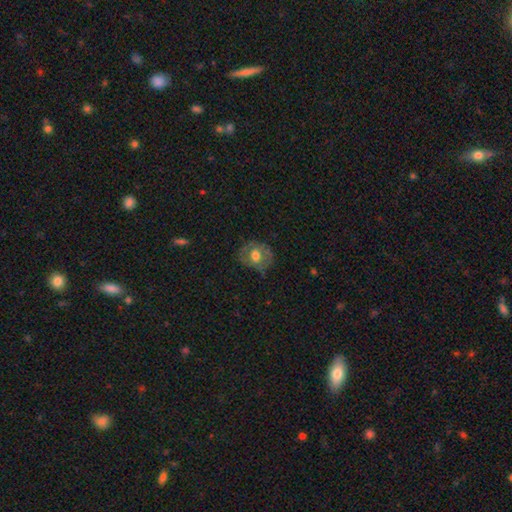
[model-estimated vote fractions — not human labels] A smooth galaxy with no disk features (47%). Merging: none (70%).